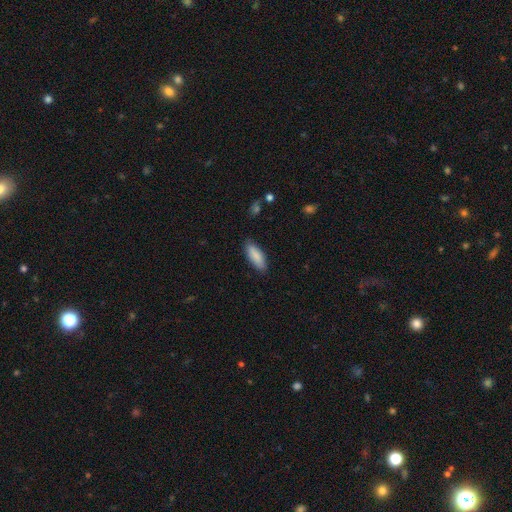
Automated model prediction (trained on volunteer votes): Smooth or featured? smooth (87%)
How rounded? in between (68%)
Merging? none (84%)